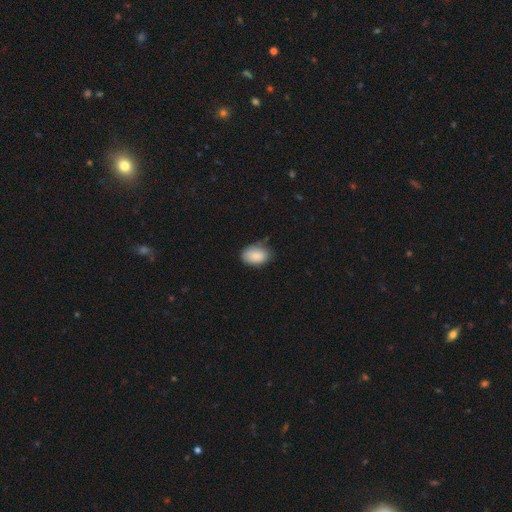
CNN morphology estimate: This is clearly a smooth galaxy (87%). How rounded: clearly in between (88%). Merging: likely none (66%).